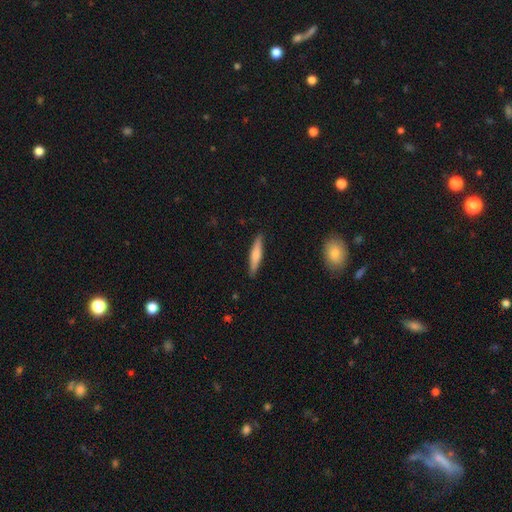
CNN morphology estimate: A smooth galaxy with no disk features (64%) that is cigar-shaped (86%). Merging: none (89%).